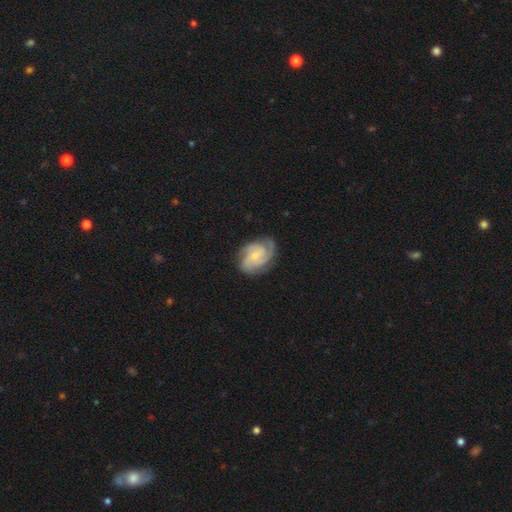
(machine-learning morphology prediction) This is likely a featured or disk galaxy (76%). It is clearly not viewed edge-on (98%). Bar: likely no (66%). Spiral arm pattern: clearly yes (95%). Spiral arm count: marginally 3 (40%). Spiral winding: possibly tight (47%). Central bulge: likely small (62%). Merging: likely none (70%).